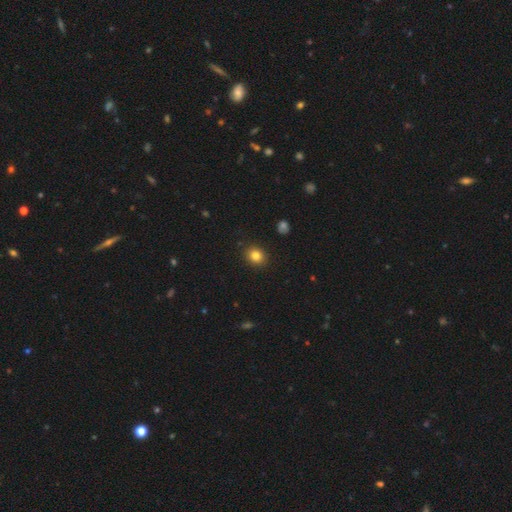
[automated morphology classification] smooth-or-featured: smooth: 83% | star or artifact: 11% | featured or disk: 6%
  how-rounded: round: 70% | in between: 29% | cigar-shaped: 1%
  merging: none: 90% | minor disturbance: 7% | major disturbance: 2% | merger: 1%